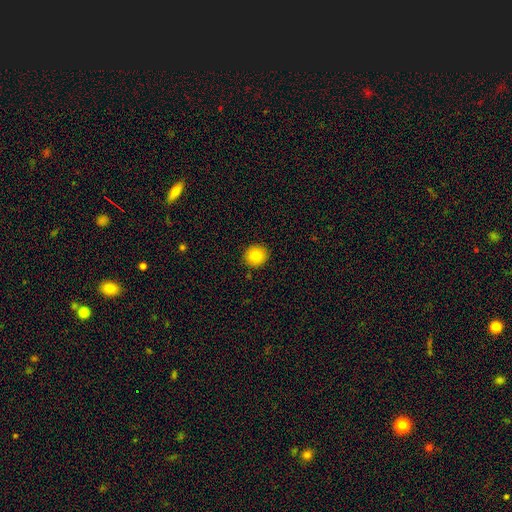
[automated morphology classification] Q: Smooth or featured?
A: smooth (81%); runner-up: star or artifact (10%)
Q: How rounded?
A: round (90%); runner-up: in between (9%)
Q: Merging?
A: none (91%); runner-up: minor disturbance (6%)